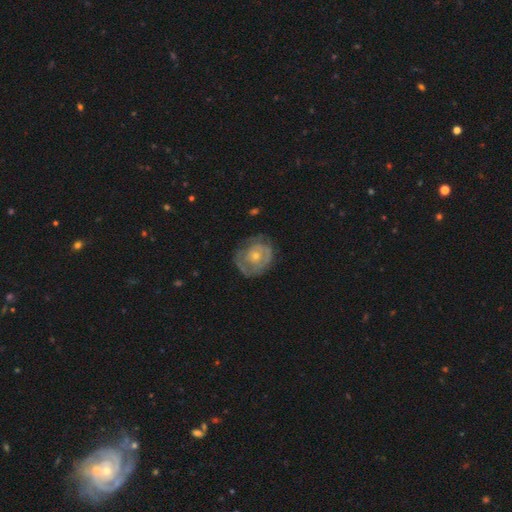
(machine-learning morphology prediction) type=featured or disk (71%); edge-on=no (97%); bar=no (81%); spiral arms=yes (77%); winding=tight (68%); arm count=can't tell (41%); bulge=small (55%); merging=none (71%).